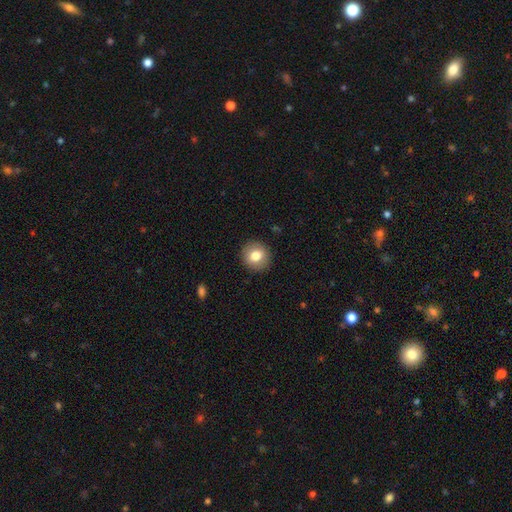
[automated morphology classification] Smooth or featured: smooth — 79% (featured or disk — 12%)
How rounded: round — 88% (in between — 12%)
Merging: none — 91% (minor disturbance — 6%)